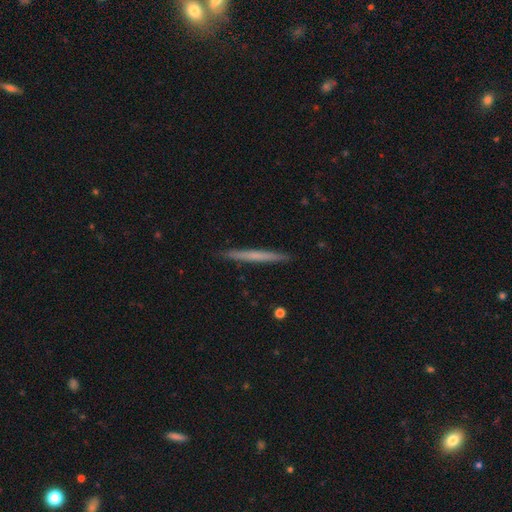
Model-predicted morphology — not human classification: This is possibly a smooth galaxy (54%). How rounded: clearly cigar-shaped (97%). Merging: clearly none (92%).